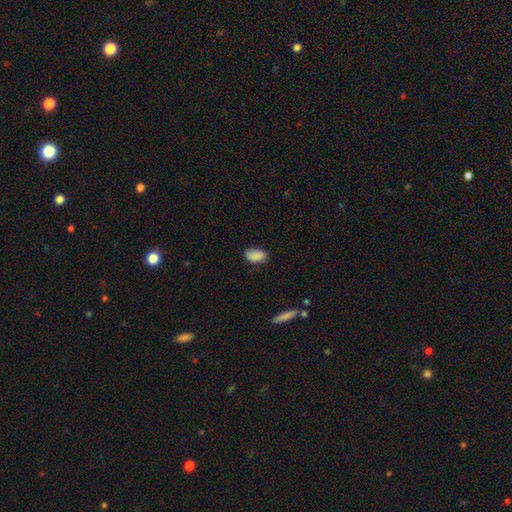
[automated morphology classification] smooth-or-featured: smooth: 88% | star or artifact: 8% | featured or disk: 4%
  how-rounded: in between: 91% | round: 6% | cigar-shaped: 2%
  merging: none: 79% | minor disturbance: 17% | major disturbance: 3% | merger: 1%